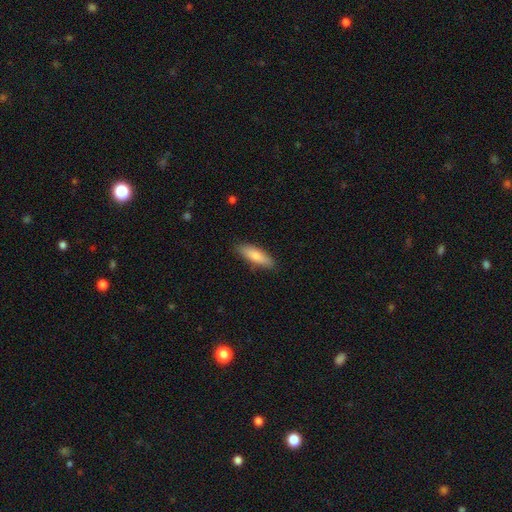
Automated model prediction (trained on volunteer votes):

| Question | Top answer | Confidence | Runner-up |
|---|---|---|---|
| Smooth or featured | smooth | 80% | featured or disk (15%) |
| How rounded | in between | 50% | cigar-shaped (48%) |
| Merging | none | 85% | minor disturbance (12%) |